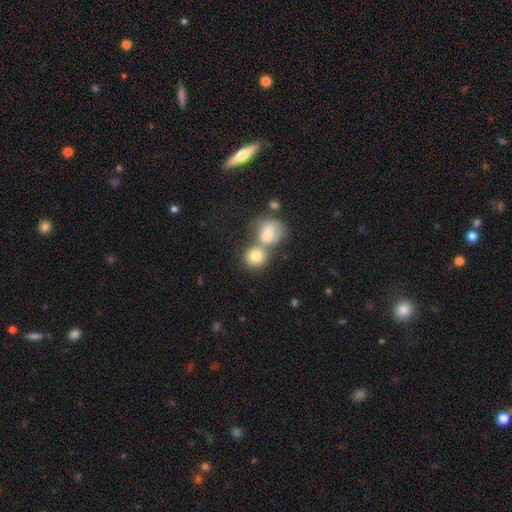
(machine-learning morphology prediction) A smooth galaxy with no disk features (81%) that is round (79%). Merging: merger (48%).